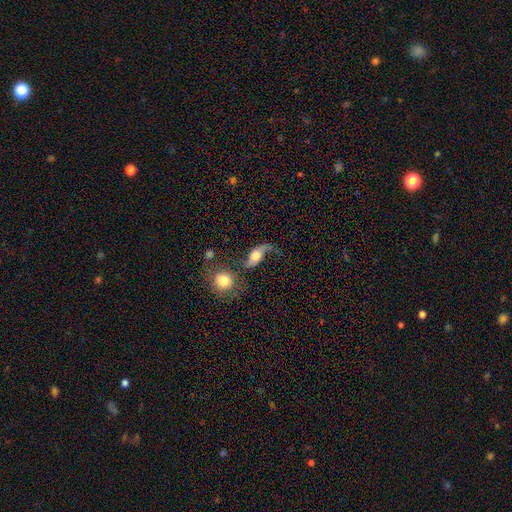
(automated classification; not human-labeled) A featured or disk galaxy (67%) with no bar (64%), 2 (82%) loose (88%) spiral arms (90%) and a moderate central bulge (42%). Merging: none (44%).